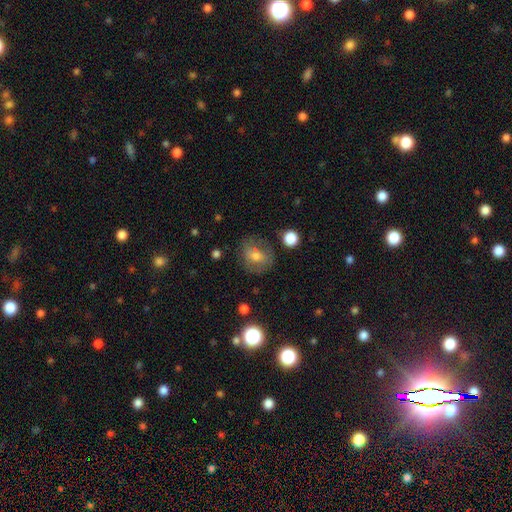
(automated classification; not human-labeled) This appears to be a smooth galaxy with no disk features (56%) that is round (60%). Merging: none (68%).